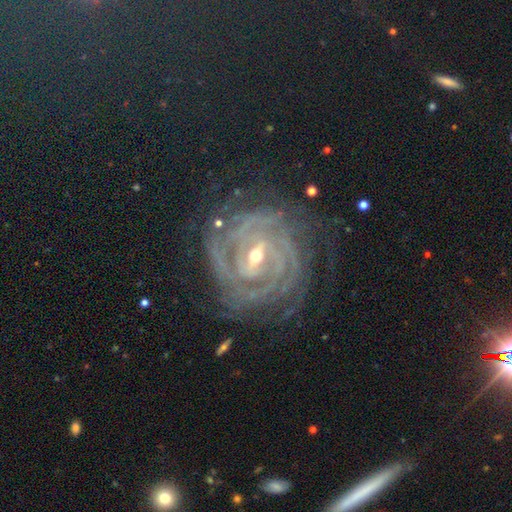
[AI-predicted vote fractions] Smooth or featured? Predicted: featured or disk (p=0.73). Edge-on disk? Predicted: no (p=0.95). Bar? Predicted: weak (p=0.42). Spiral arms? Predicted: yes (p=0.96). Spiral winding? Predicted: tight (p=0.82). Spiral arm count? Predicted: can't tell (p=0.25). Bulge size? Predicted: small (p=0.52). Merging? Predicted: none (p=0.78).